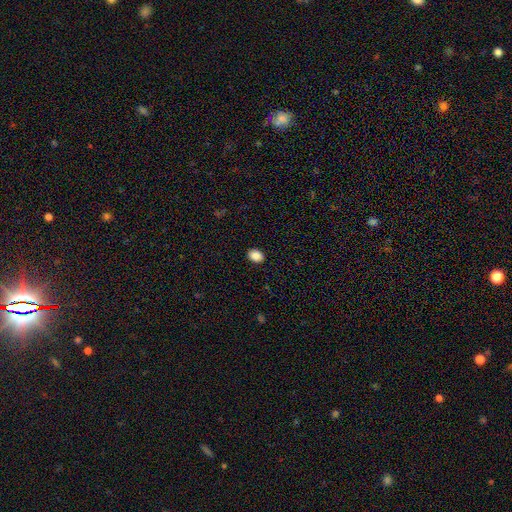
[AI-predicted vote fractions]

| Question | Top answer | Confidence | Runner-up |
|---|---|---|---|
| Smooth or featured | smooth | 87% | star or artifact (8%) |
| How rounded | in between | 68% | round (31%) |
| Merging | none | 90% | minor disturbance (7%) |